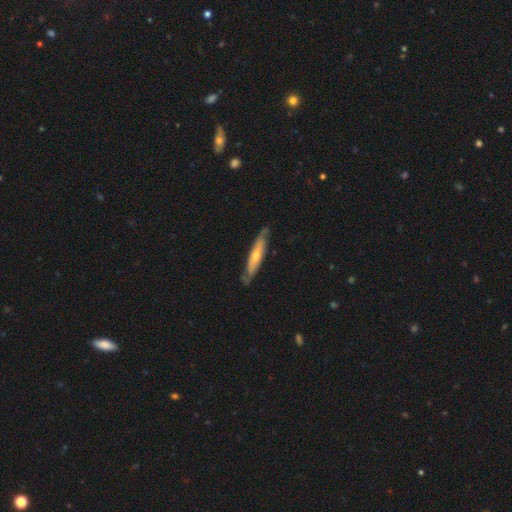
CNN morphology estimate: Q: Smooth or featured?
A: featured or disk (59%); runner-up: smooth (36%)
Q: Edge-on disk?
A: yes (70%); runner-up: no (30%)
Q: Merging?
A: none (77%); runner-up: minor disturbance (18%)